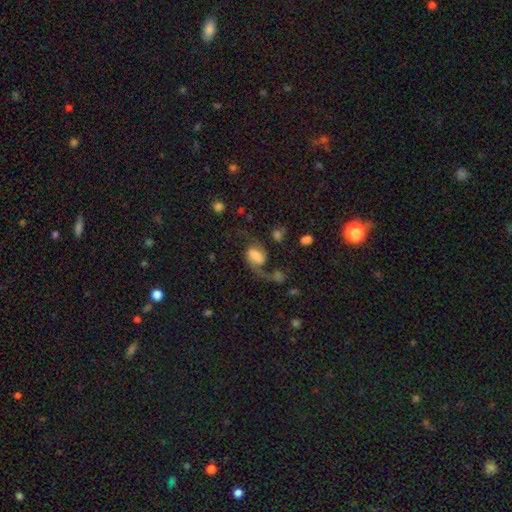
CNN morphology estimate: Smooth or featured? featured or disk (69%)
Edge-on disk? no (97%)
Bar? weak (46%)
Spiral arms? yes (92%)
Spiral winding? loose (68%)
Spiral arm count? 2 (76%)
Bulge size? large (29%)
Merging? none (44%)